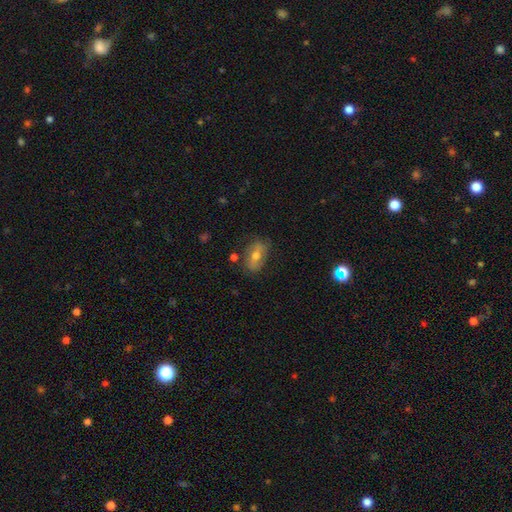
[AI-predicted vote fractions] Morphology: type=featured or disk (45%); merging=none (75%).